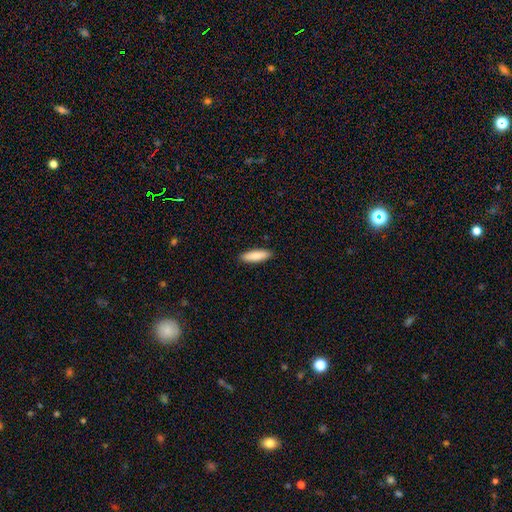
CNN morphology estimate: Smooth or featured?
  - smooth: 87% *
  - featured or disk: 8%
  - star or artifact: 5%
How rounded?
  - cigar-shaped: 60% *
  - in between: 39%
  - round: 1%
Merging?
  - none: 91% *
  - minor disturbance: 7%
  - major disturbance: 1%
  - merger: 1%